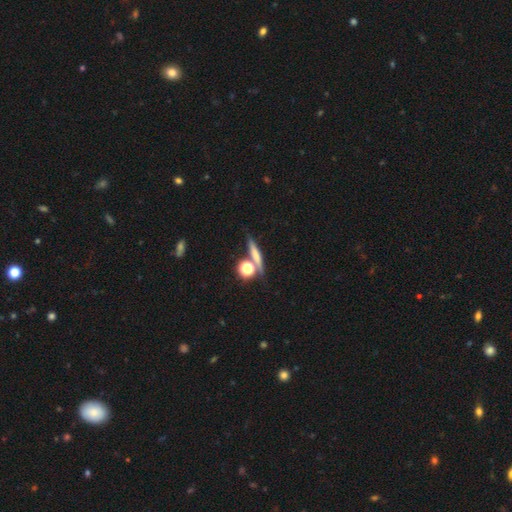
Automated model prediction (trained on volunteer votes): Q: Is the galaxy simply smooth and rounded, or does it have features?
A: smooth — 57%.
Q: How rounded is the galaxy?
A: cigar-shaped — 64%.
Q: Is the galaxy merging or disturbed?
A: none — 69%.